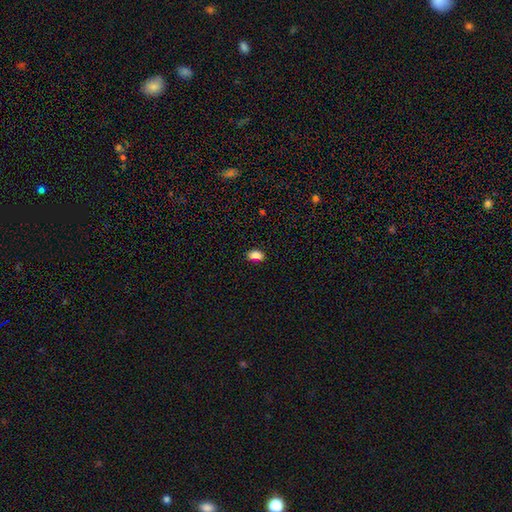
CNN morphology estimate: smooth_or_featured: smooth (p=0.85) [alt: star or artifact p=0.10]
how_rounded: in between (p=0.88) [alt: round p=0.10]
merging: none (p=0.80) [alt: minor disturbance p=0.14]